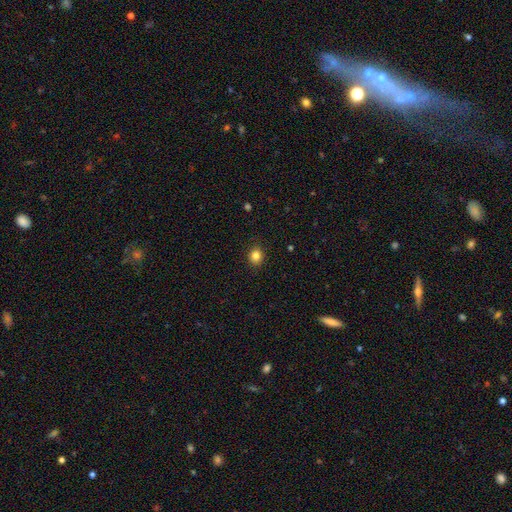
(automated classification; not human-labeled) Smooth or featured? smooth (83%)
How rounded? round (71%)
Merging? none (91%)